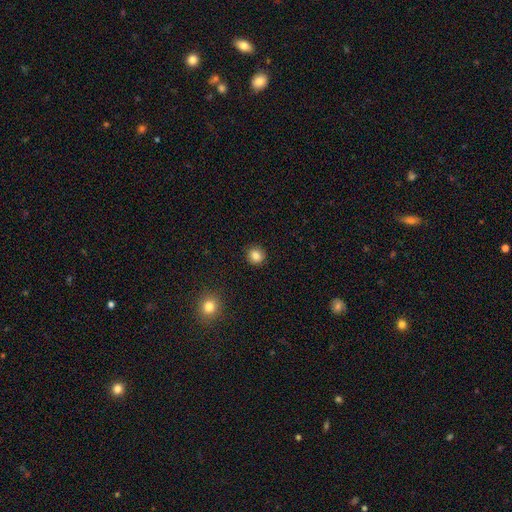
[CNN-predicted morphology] A smooth galaxy with no disk features (84%) that is round (91%).

Vote fractions:
- Smooth or featured? smooth: 84% / star or artifact: 11% / featured or disk: 5%
- How rounded? round: 91% / in between: 8% / cigar-shaped: 1%
- Merging? none: 92% / minor disturbance: 5% / major disturbance: 2% / merger: 1%